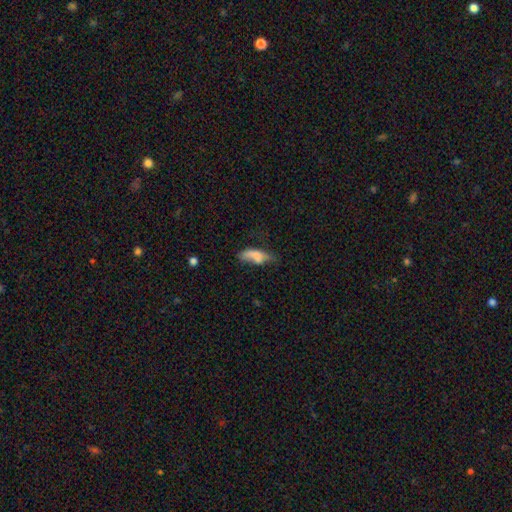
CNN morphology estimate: smooth 67%, featured or disk 23%, star or artifact 10%. Down the decision tree: how rounded — in between (69%); merging — none (33%).